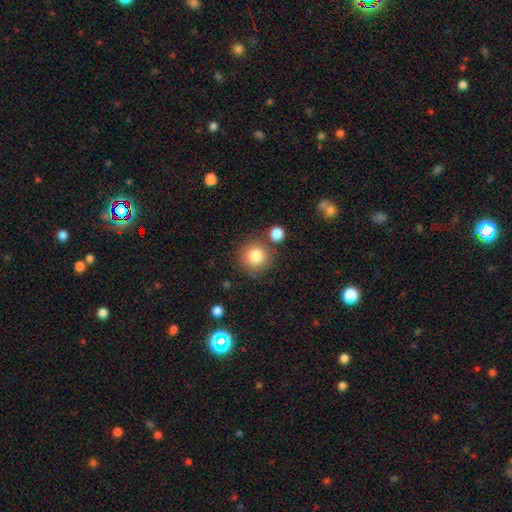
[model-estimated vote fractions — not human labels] smooth_or_featured: smooth (p=0.83) [alt: star or artifact p=0.09]
how_rounded: round (p=0.92) [alt: in between p=0.07]
merging: none (p=0.76) [alt: merger p=0.11]